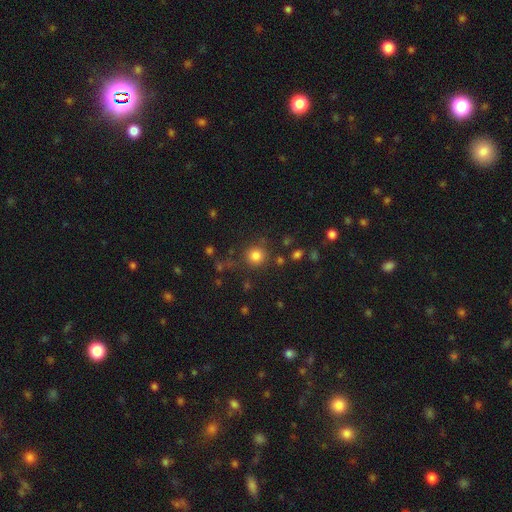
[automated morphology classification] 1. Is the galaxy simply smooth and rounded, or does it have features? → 81% smooth, 13% star or artifact, 6% featured or disk.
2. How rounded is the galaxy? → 93% round, 6% in between, 1% cigar-shaped.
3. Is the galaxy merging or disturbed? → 82% none, 9% minor disturbance, 5% merger, 5% major disturbance.